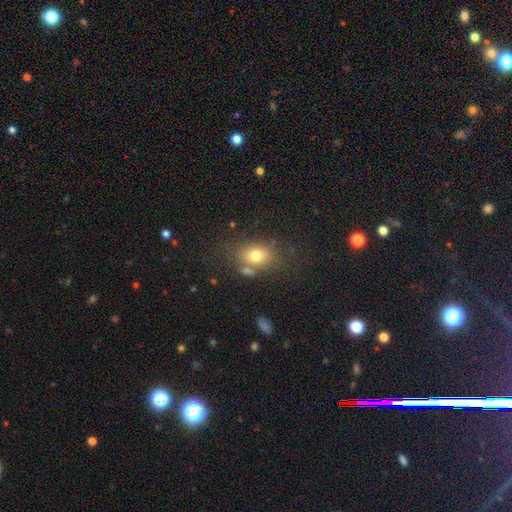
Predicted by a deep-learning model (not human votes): Q: Smooth or featured?
A: smooth (75%); runner-up: featured or disk (14%)
Q: How rounded?
A: in between (68%); runner-up: round (31%)
Q: Merging?
A: none (62%); runner-up: merger (16%)